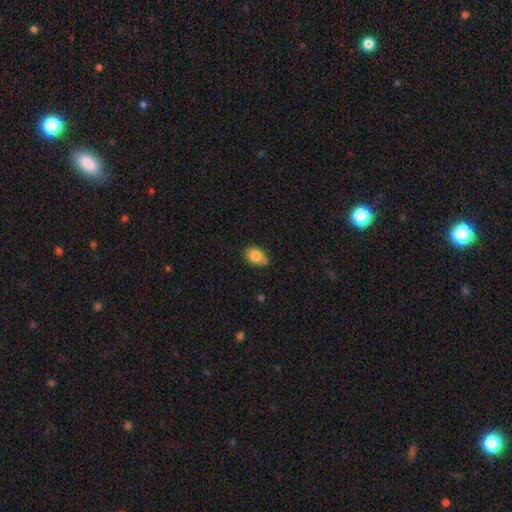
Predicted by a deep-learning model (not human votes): Overall: smooth (81%). How rounded: in between (77%). Merging: none (65%; minor disturbance 27%).